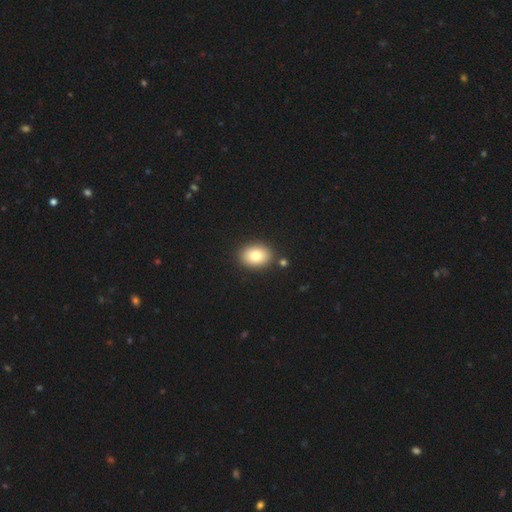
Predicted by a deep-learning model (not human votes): The model was most divided on "how rounded": in between: 73%, round: 26%, cigar-shaped: 1%. More confident: merging — none (86%); smooth or featured — smooth (82%).